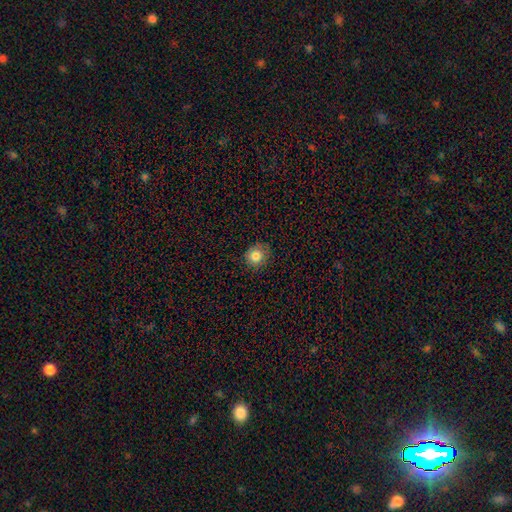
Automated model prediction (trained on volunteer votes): The model was most divided on "smooth or featured": smooth: 81%, star or artifact: 11%, featured or disk: 8%. More confident: how rounded — round (88%); merging — none (85%).